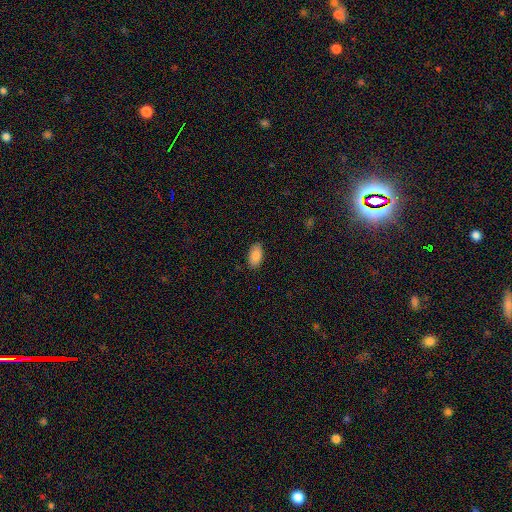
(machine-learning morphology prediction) smooth-or-featured: smooth: 88% | star or artifact: 7% | featured or disk: 6%
  how-rounded: in between: 94% | round: 3% | cigar-shaped: 2%
  merging: none: 87% | minor disturbance: 10% | major disturbance: 2% | merger: 1%